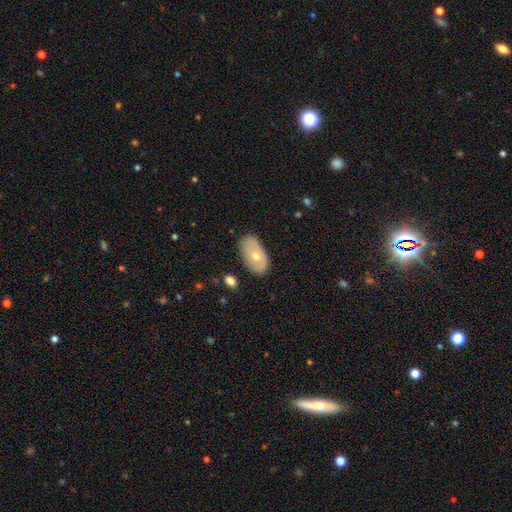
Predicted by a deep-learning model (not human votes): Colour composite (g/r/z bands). It shows a smooth galaxy with no disk features (56%) that is in between round and cigar-shaped (92%). Merging: none (72%).